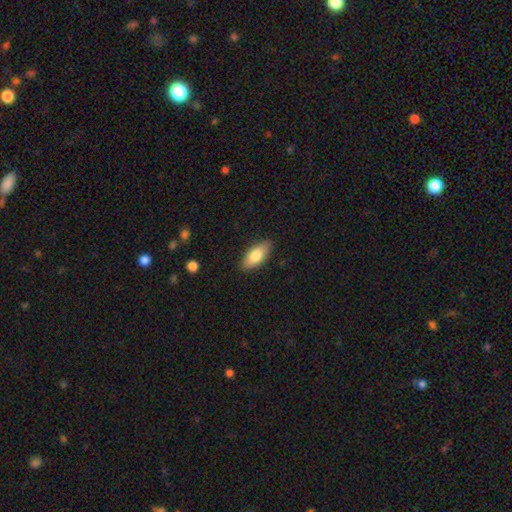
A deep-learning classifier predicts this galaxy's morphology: A smooth galaxy with no disk features (77%) that is in between round and cigar-shaped (83%). Merging: none (88%).